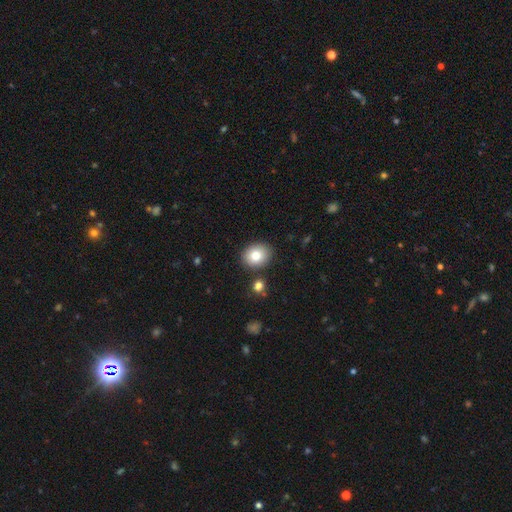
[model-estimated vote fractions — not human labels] Q: Smooth or featured?
A: smooth (79%); runner-up: featured or disk (11%)
Q: How rounded?
A: round (57%); runner-up: in between (42%)
Q: Merging?
A: none (86%); runner-up: minor disturbance (8%)